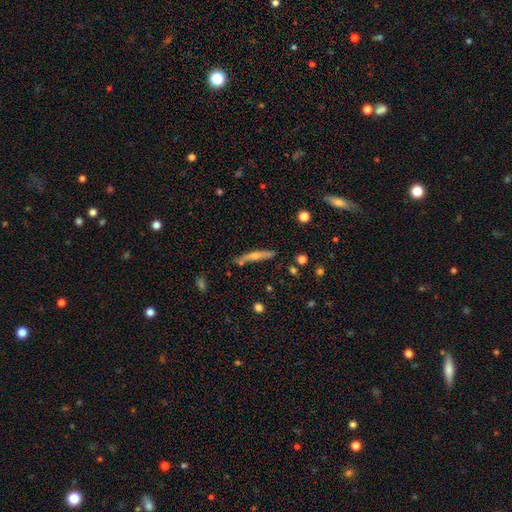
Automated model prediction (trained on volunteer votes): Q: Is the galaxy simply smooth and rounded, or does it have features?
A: smooth — 49%.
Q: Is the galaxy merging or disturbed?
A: none — 72%.